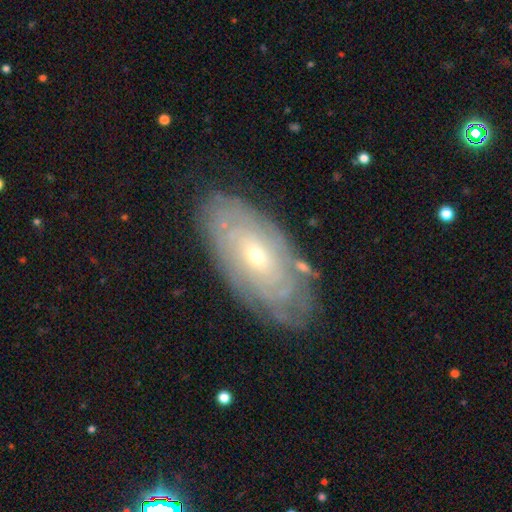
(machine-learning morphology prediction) Overall: featured or disk (72%). Edge-on disk: no (90%). Bar: no (78%). Spiral arms: yes (78%). Spiral arm count: can't tell (67%). Spiral winding: tight (82%). Bulge size: small (66%; moderate 31%). Merging: none (81%).